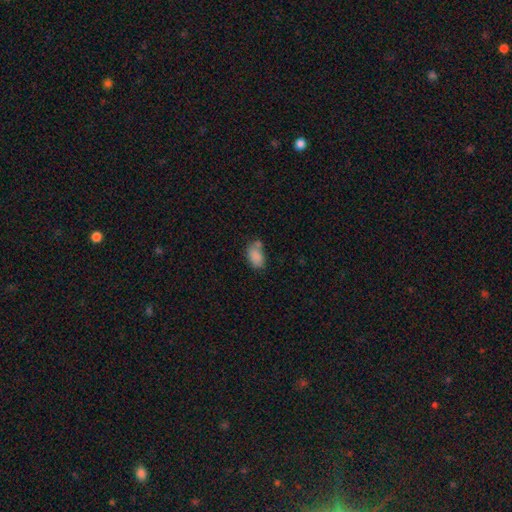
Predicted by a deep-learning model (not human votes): Smooth or featured? Predicted: smooth (p=0.84). How rounded? Predicted: in between (p=0.88). Merging? Predicted: none (p=0.49).